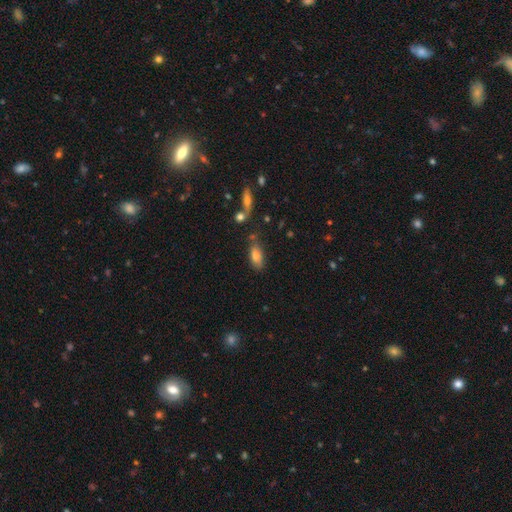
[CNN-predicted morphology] A smooth galaxy with no disk features (78%) that is in between round and cigar-shaped (86%). Merging: none (64%).